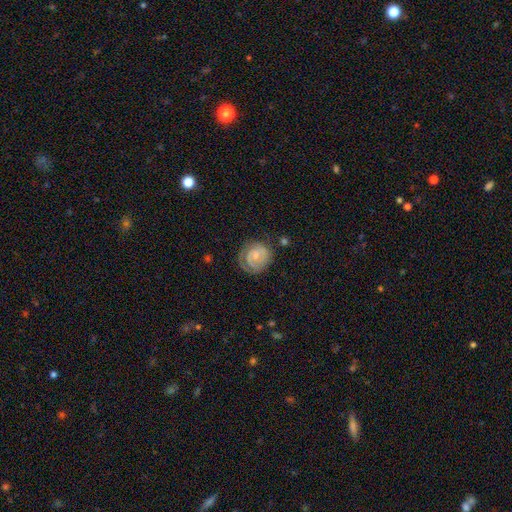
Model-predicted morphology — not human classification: smooth_or_featured: featured or disk (p=0.62) [alt: smooth p=0.31]
disk_edge_on: no (p=0.97) [alt: yes p=0.03]
bar: no (p=0.65) [alt: weak p=0.29]
has_spiral_arms: yes (p=0.77) [alt: no p=0.23]
bulge_size: small (p=0.52) [alt: moderate p=0.43]
merging: none (p=0.67) [alt: minor disturbance p=0.21]